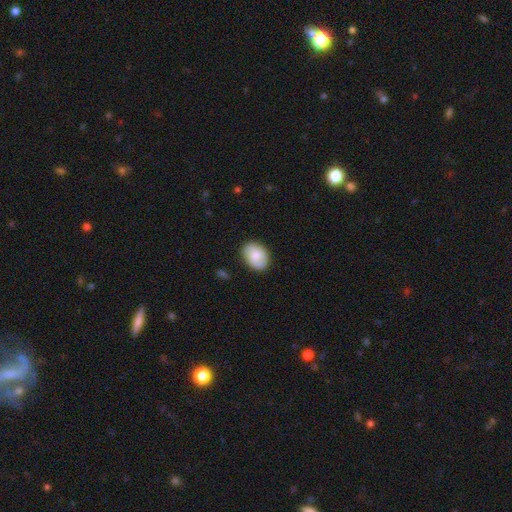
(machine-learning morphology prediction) Smooth or featured? Predicted: smooth (p=0.74). How rounded? Predicted: in between (p=0.71). Merging? Predicted: none (p=0.80).